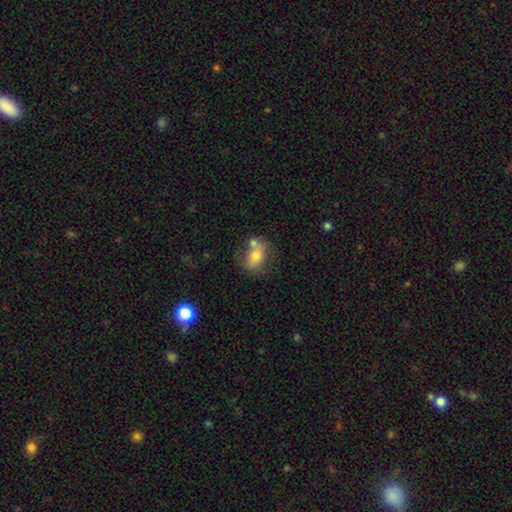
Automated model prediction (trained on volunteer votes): smooth-or-featured: smooth: 61% | featured or disk: 30% | star or artifact: 9%
  how-rounded: in between: 68% | round: 29% | cigar-shaped: 3%
  merging: none: 47% | merger: 26% | minor disturbance: 19% | major disturbance: 9%